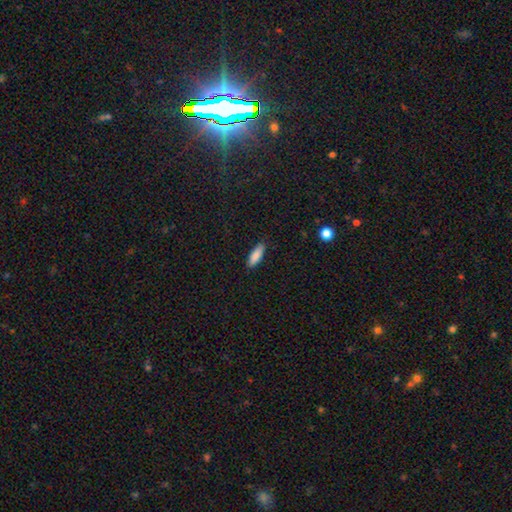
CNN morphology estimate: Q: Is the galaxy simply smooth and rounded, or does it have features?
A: smooth — 87%.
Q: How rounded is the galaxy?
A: in between — 53%.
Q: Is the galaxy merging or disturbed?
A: none — 87%.